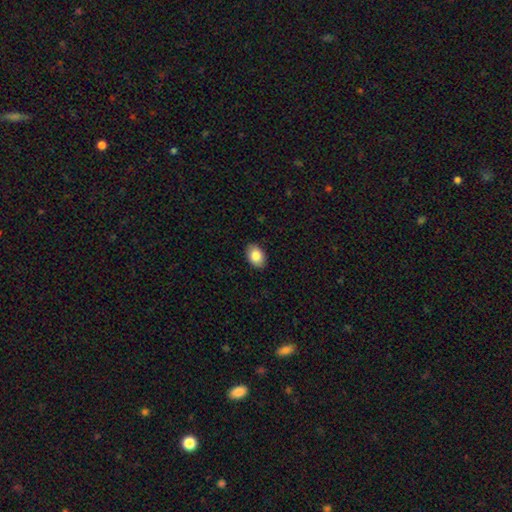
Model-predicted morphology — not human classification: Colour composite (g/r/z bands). It shows a smooth galaxy with no disk features (86%) that is in between round and cigar-shaped (86%). Merging: none (89%).